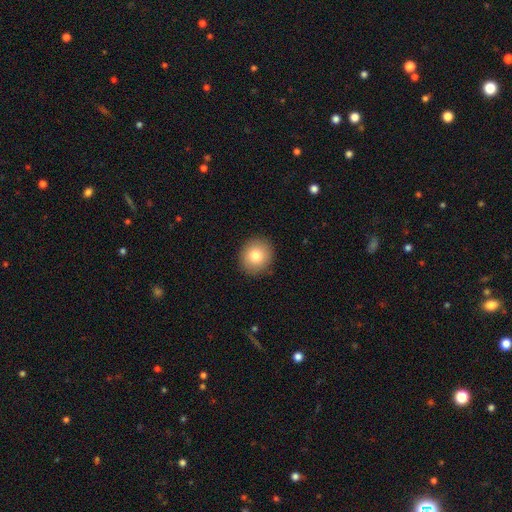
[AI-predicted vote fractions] Q: Smooth or featured?
A: smooth (81%); runner-up: featured or disk (10%)
Q: How rounded?
A: round (86%); runner-up: in between (13%)
Q: Merging?
A: none (90%); runner-up: minor disturbance (7%)